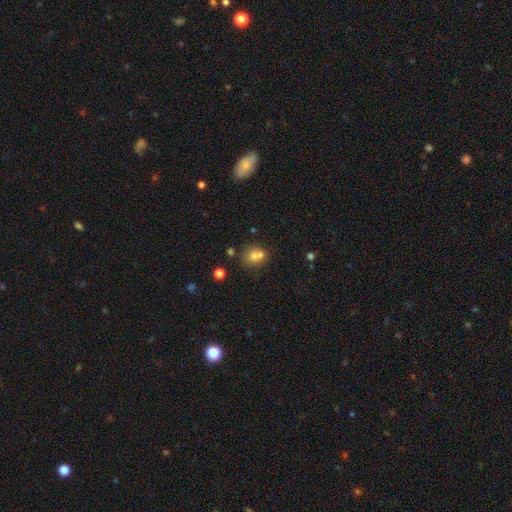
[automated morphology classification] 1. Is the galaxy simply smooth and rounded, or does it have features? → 72% smooth, 15% featured or disk, 14% star or artifact.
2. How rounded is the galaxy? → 69% round, 30% in between, 1% cigar-shaped.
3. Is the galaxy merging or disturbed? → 46% merger, 40% none, 10% minor disturbance, 4% major disturbance.